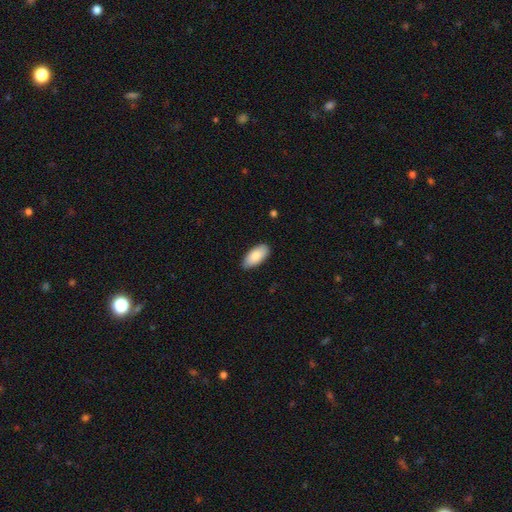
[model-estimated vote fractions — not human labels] This appears to be a smooth galaxy with no disk features (86%) that is in between round and cigar-shaped (93%). Merging: none (86%).